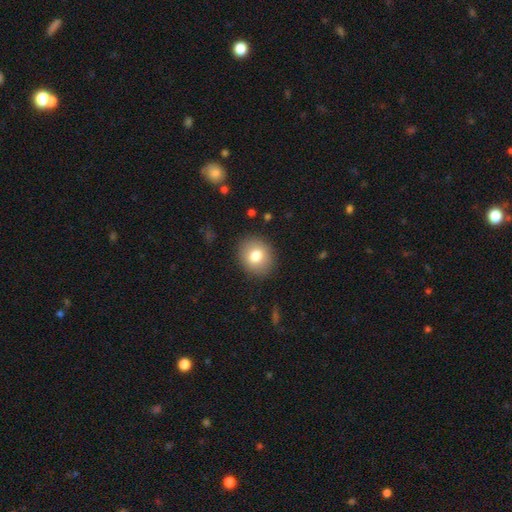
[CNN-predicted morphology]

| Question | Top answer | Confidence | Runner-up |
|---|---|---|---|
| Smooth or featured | smooth | 79% | featured or disk (12%) |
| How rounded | round | 67% | in between (32%) |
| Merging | none | 89% | minor disturbance (8%) |